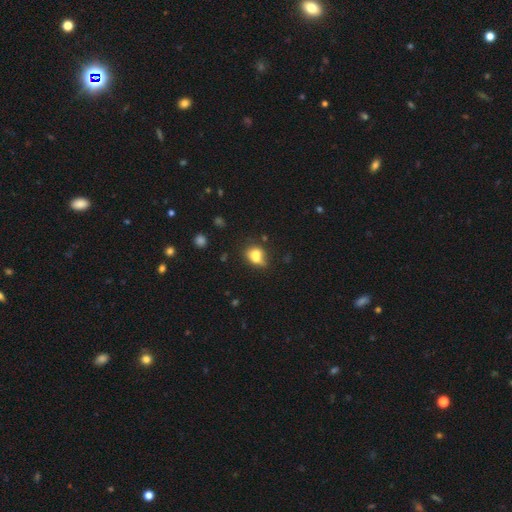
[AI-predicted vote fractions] Q: Smooth or featured?
A: smooth (70%); runner-up: featured or disk (18%)
Q: How rounded?
A: round (52%); runner-up: in between (47%)
Q: Merging?
A: merger (41%); runner-up: none (33%)